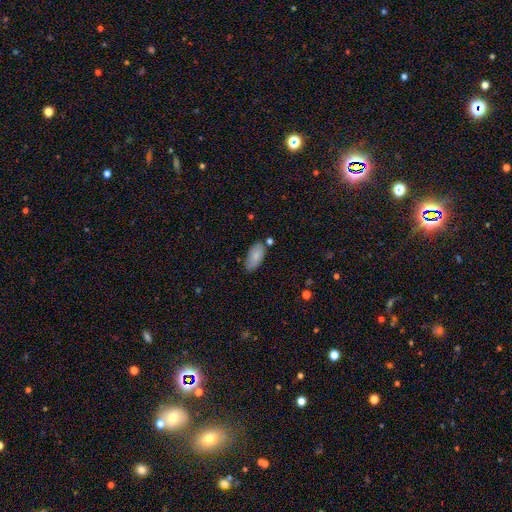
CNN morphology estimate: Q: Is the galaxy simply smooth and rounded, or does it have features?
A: smooth — 84%.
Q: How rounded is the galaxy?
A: in between — 92%.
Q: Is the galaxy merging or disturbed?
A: none — 74%.